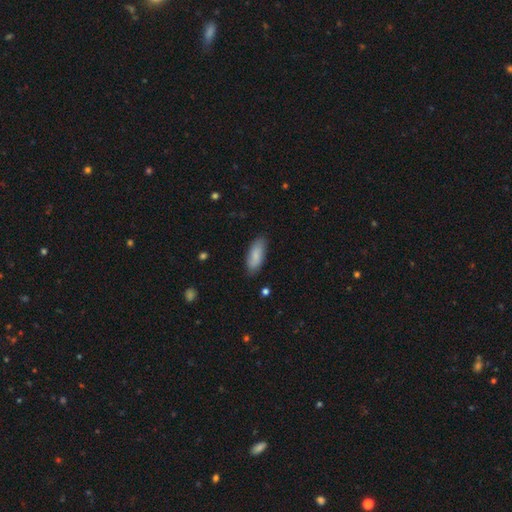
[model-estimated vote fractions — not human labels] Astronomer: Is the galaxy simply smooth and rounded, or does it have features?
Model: smooth — 81%.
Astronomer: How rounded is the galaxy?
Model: in between — 79%.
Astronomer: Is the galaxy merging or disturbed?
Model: none — 83%.